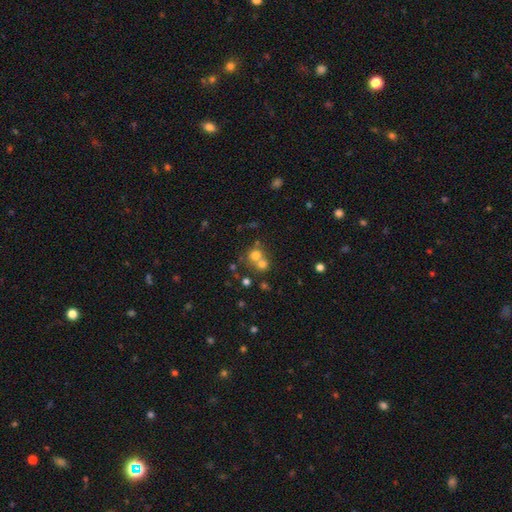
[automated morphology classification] Q: Smooth or featured?
A: smooth (66%); runner-up: star or artifact (18%)
Q: How rounded?
A: round (84%); runner-up: in between (15%)
Q: Merging?
A: merger (53%); runner-up: none (38%)